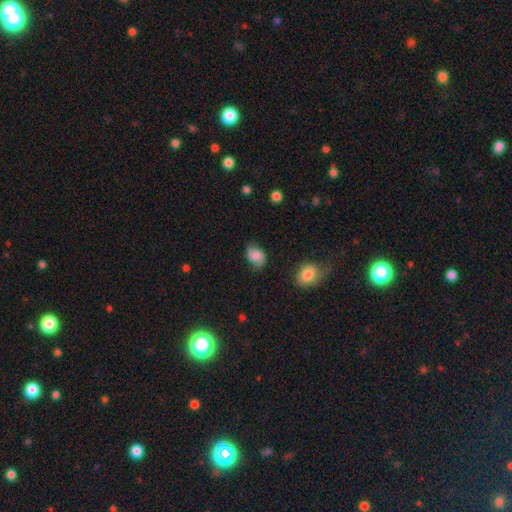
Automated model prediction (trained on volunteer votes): smooth-or-featured: smooth: 48% | featured or disk: 43% | star or artifact: 9%
  merging: none: 69% | minor disturbance: 22% | major disturbance: 6% | merger: 2%